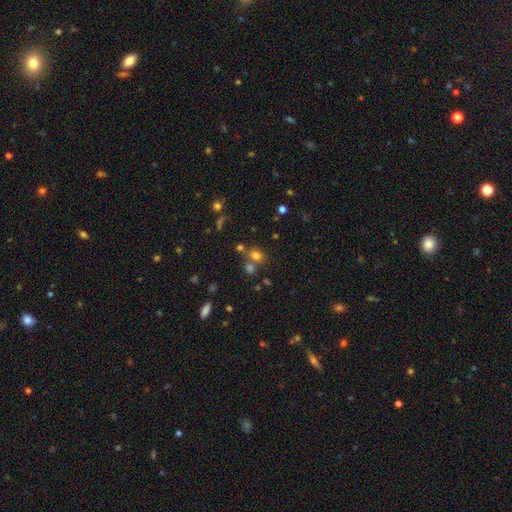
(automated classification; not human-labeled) Smooth or featured? Predicted: smooth (p=0.71). How rounded? Predicted: round (p=0.72). Merging? Predicted: none (p=0.59).